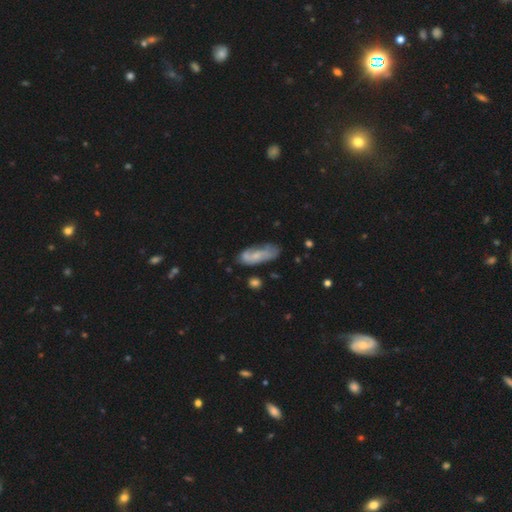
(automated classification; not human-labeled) This appears to be a smooth galaxy with no disk features (50%) that is in between round and cigar-shaped (69%). Merging: none (58%).